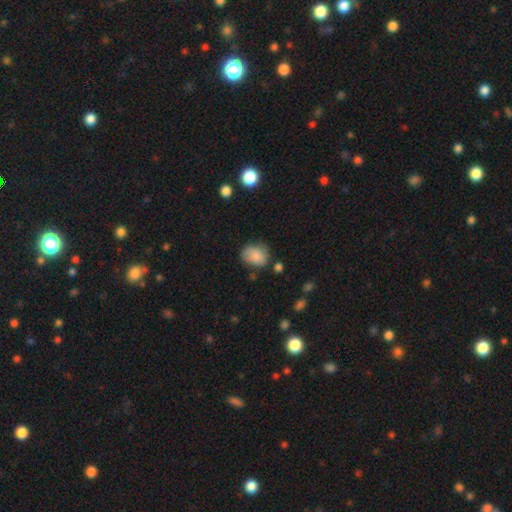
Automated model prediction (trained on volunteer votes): Overall: smooth (82%). How rounded: in between (51%; round 48%). Merging: none (59%; minor disturbance 29%).